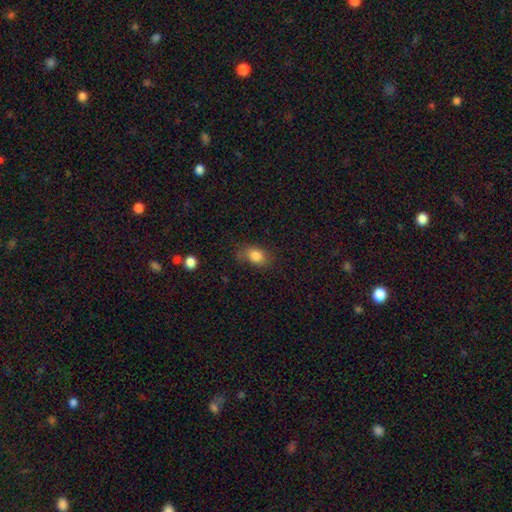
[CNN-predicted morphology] Smooth or featured? smooth (83%)
How rounded? in between (73%)
Merging? none (66%)